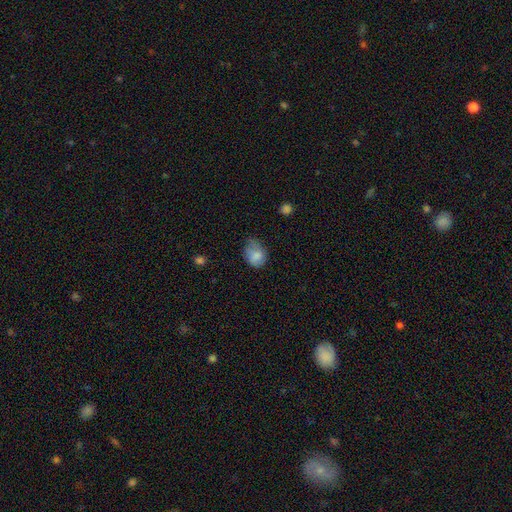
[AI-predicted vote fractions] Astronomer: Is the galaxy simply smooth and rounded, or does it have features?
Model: smooth — 81%.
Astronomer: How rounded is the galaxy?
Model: in between — 59% (runner-up: round, 40%).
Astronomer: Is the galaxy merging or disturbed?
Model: none — 42% (runner-up: minor disturbance, 41%).